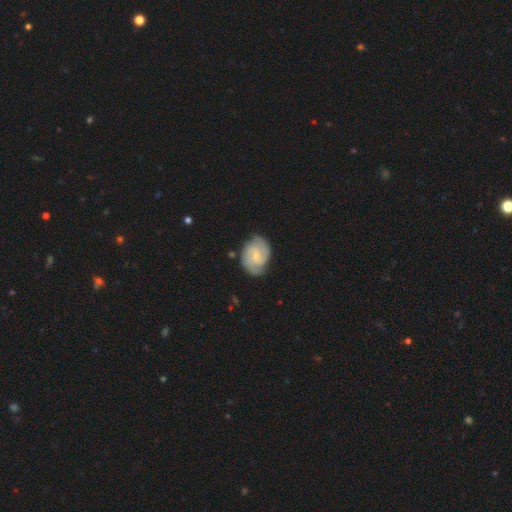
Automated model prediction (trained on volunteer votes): The model was most divided on "bar": no: 50%, weak: 44%, strong: 6%. More confident: edge-on disk — no (98%); spiral arms — yes (96%); smooth or featured — featured or disk (80%); merging — none (76%); bulge size — small (63%); spiral arm count — 2 (60%); spiral winding — tight (53%).